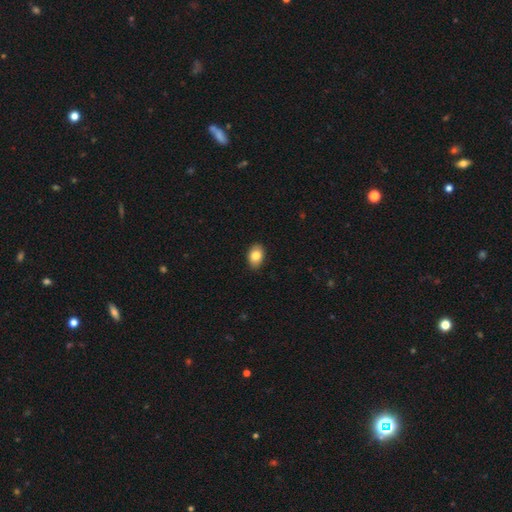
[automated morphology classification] smooth 83%, featured or disk 9%, star or artifact 7%. Down the decision tree: how rounded — in between (86%); merging — none (88%).